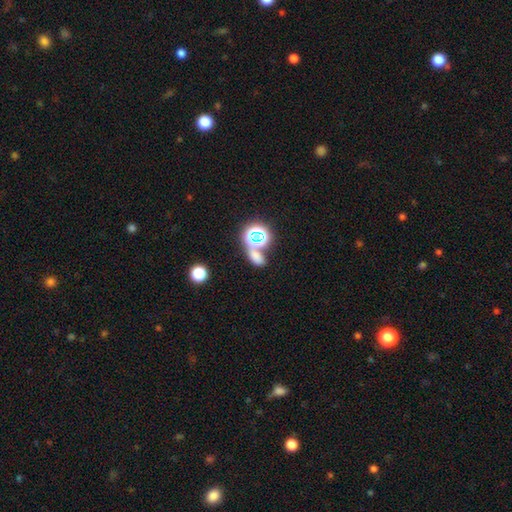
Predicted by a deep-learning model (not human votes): This is likely a smooth galaxy (60%). How rounded: likely in between (66%). Merging: possibly none (56%).